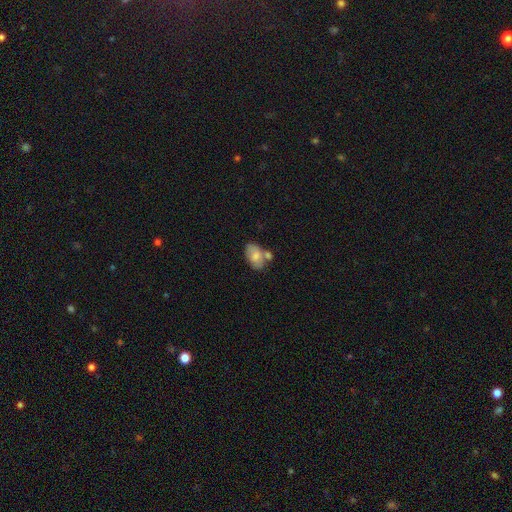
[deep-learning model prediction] smooth-or-featured: smooth: 72% | featured or disk: 21% | star or artifact: 7%
  how-rounded: in between: 90% | round: 9% | cigar-shaped: 1%
  merging: none: 43% | merger: 32% | minor disturbance: 19% | major disturbance: 6%